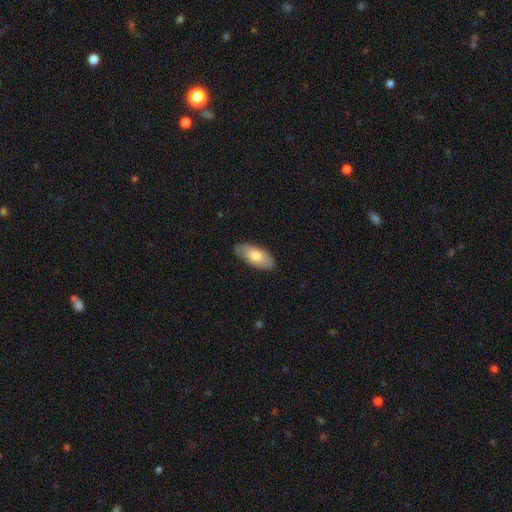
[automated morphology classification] Q: Smooth or featured?
A: smooth (73%); runner-up: featured or disk (21%)
Q: How rounded?
A: in between (89%); runner-up: cigar-shaped (9%)
Q: Merging?
A: none (82%); runner-up: minor disturbance (15%)